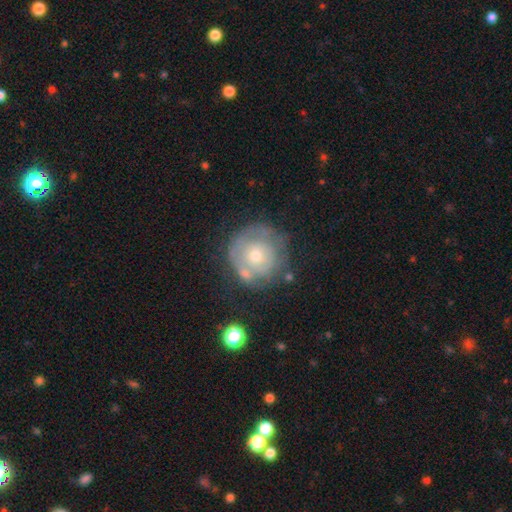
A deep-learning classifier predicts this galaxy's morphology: smooth-or-featured: featured or disk: 52% | smooth: 40% | star or artifact: 8%
  disk-edge-on: no: 97% | yes: 3%
    bar: no: 88% | weak: 10% | strong: 2%
    has-spiral-arms: no: 59% | yes: 41%
    bulge-size: small: 50% | moderate: 44% | large: 3% | none: 2% | dominant: 1%
  merging: none: 61% | minor disturbance: 20% | major disturbance: 10% | merger: 9%